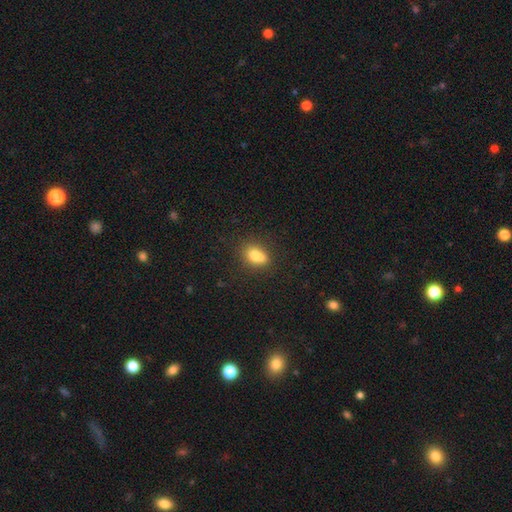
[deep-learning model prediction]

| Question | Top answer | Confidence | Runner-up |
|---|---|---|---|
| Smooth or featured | smooth | 75% | featured or disk (15%) |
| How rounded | in between | 63% | round (34%) |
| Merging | none | 46% | merger (33%) |